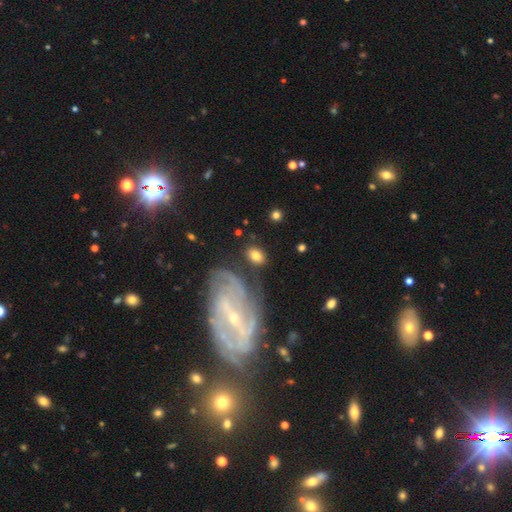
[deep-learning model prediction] Overall: smooth (69%). How rounded: in between (73%). Merging: none (73%).